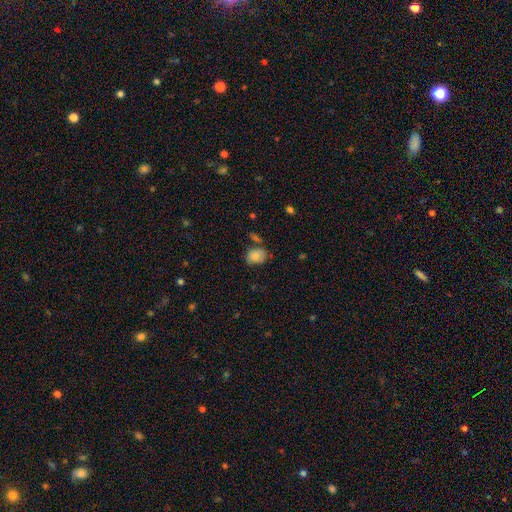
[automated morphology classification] A smooth galaxy with no disk features (82%) that is in between round and cigar-shaped (65%).

Vote fractions:
- Smooth or featured? smooth: 82% / featured or disk: 10% / star or artifact: 9%
- How rounded? in between: 65% / round: 34% / cigar-shaped: 1%
- Merging? none: 57% / minor disturbance: 26% / merger: 10% / major disturbance: 7%